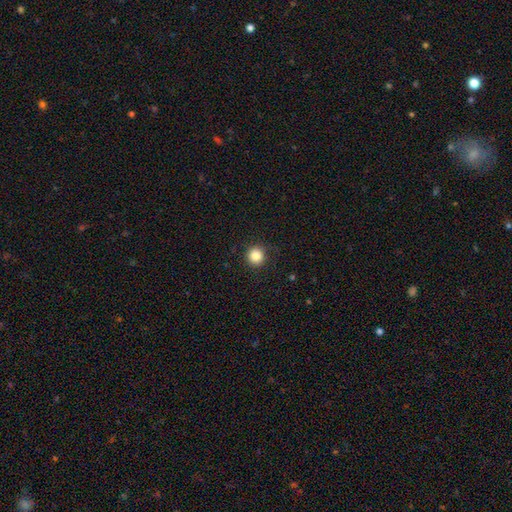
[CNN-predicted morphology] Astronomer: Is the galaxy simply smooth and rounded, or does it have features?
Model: smooth — 85%.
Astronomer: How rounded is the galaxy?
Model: round — 94%.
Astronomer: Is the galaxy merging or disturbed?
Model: none — 90%.